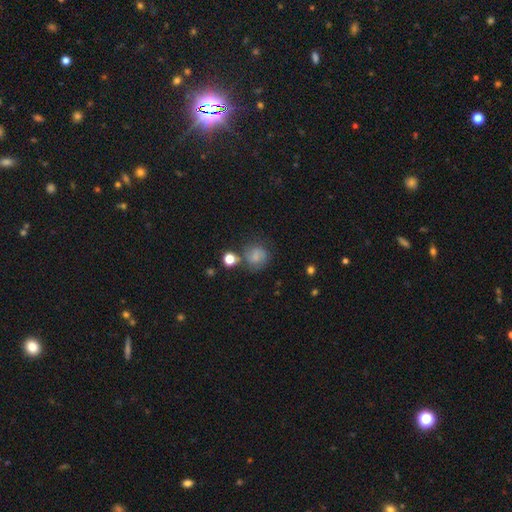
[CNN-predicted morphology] This appears to be a smooth galaxy with no disk features (69%) that is round (81%). Merging: none (60%).